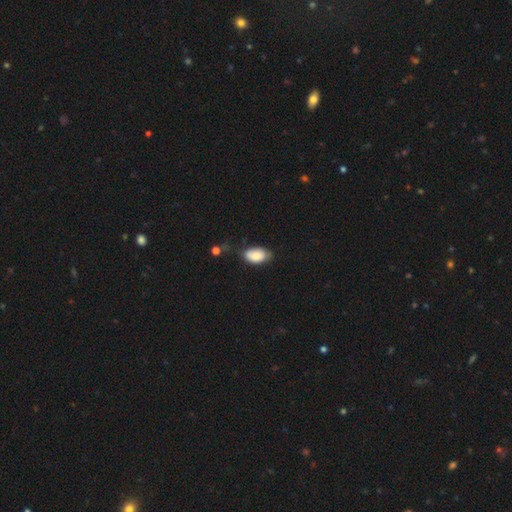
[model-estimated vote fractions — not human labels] Smooth or featured? Predicted: smooth (p=0.81). How rounded? Predicted: in between (p=0.92). Merging? Predicted: none (p=0.56).